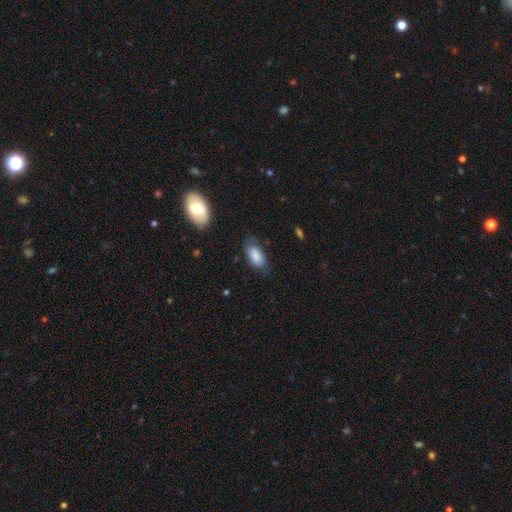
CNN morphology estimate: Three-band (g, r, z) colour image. It shows a smooth galaxy with no disk features (81%) that is in between round and cigar-shaped (93%). Merging: none (62%).